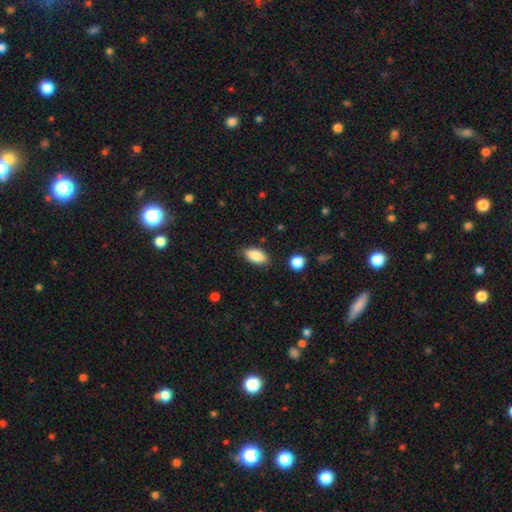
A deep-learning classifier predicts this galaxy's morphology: Smooth or featured?
  - smooth: 87% *
  - star or artifact: 7%
  - featured or disk: 6%
How rounded?
  - in between: 89% *
  - cigar-shaped: 8%
  - round: 3%
Merging?
  - none: 84% *
  - minor disturbance: 11%
  - major disturbance: 3%
  - merger: 2%